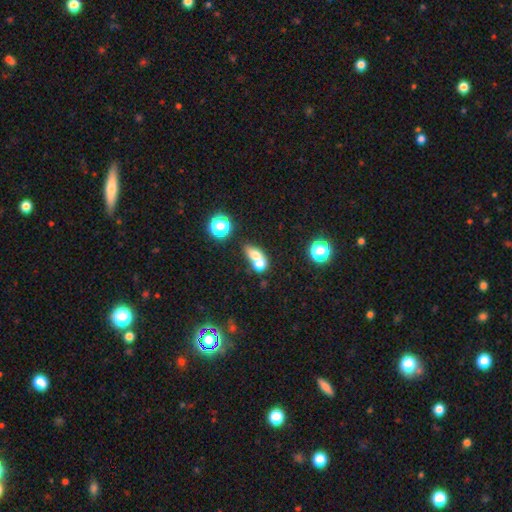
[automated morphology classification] A smooth galaxy with no disk features (69%) that is in between round and cigar-shaped (52%). Merging: merger (66%).